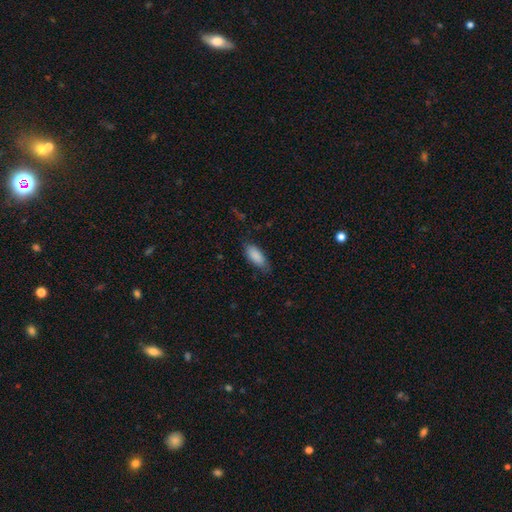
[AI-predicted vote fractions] smooth_or_featured: smooth (p=0.88) [alt: featured or disk p=0.06]
how_rounded: in between (p=0.82) [alt: cigar-shaped p=0.16]
merging: none (p=0.75) [alt: minor disturbance p=0.20]